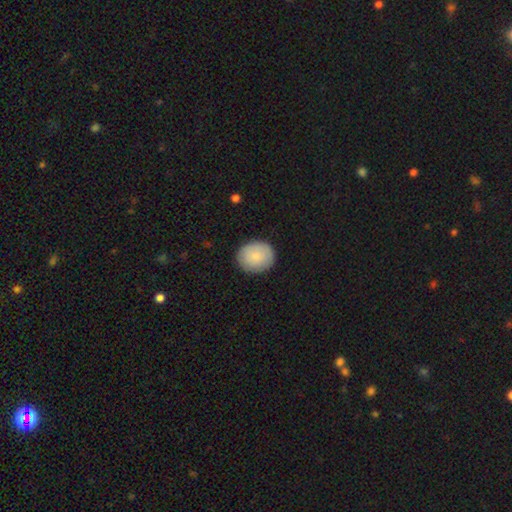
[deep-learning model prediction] Smooth or featured? Predicted: smooth (p=0.86). How rounded? Predicted: round (p=0.62). Merging? Predicted: none (p=0.87).